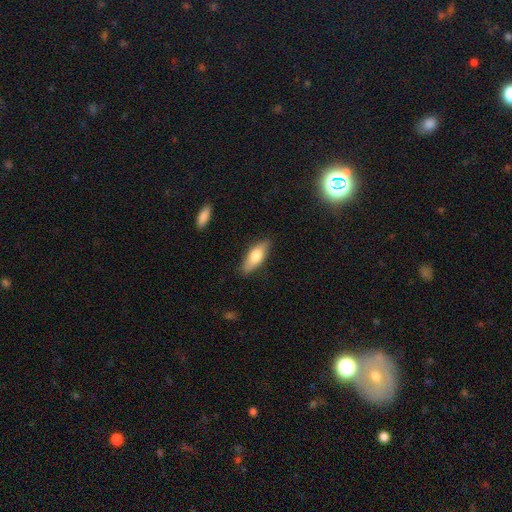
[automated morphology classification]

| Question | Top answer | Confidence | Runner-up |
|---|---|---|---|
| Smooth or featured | smooth | 71% | featured or disk (23%) |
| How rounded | in between | 69% | cigar-shaped (29%) |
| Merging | none | 85% | minor disturbance (11%) |